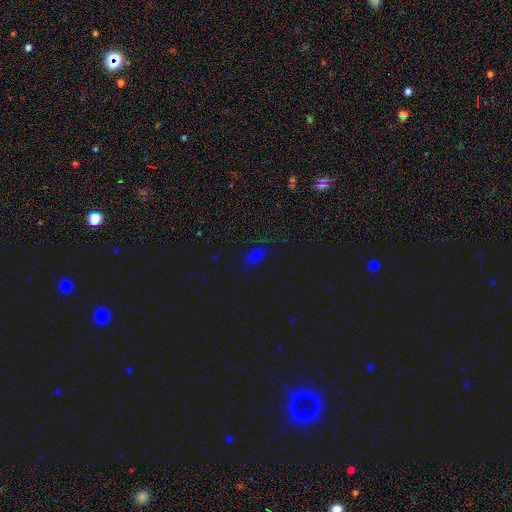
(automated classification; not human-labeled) This is likely a smooth galaxy (71%). How rounded: clearly in between (81%). Merging: likely none (76%).